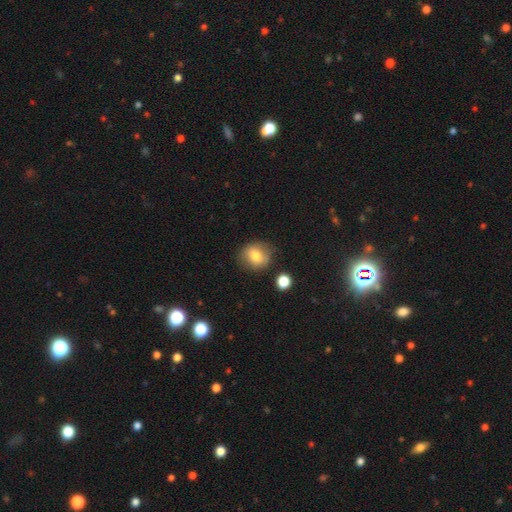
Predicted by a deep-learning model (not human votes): Overall: smooth (76%). How rounded: round (71%). Merging: none (77%).